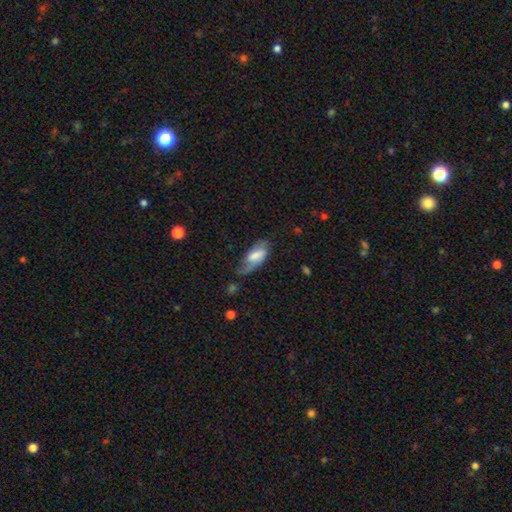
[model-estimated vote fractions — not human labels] smooth_or_featured: smooth (p=0.57) [alt: featured or disk p=0.36]
how_rounded: in between (p=0.86) [alt: cigar-shaped p=0.11]
merging: none (p=0.47) [alt: minor disturbance p=0.34]